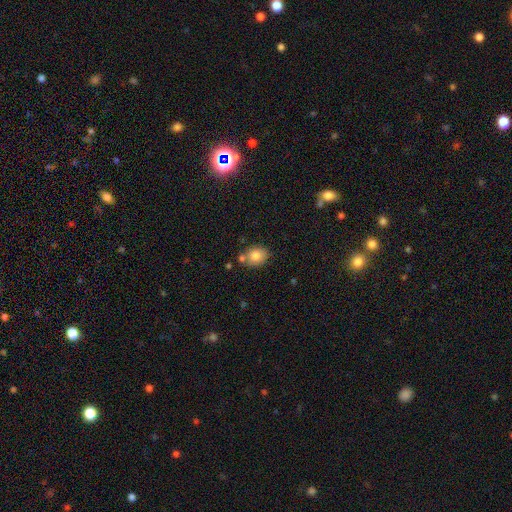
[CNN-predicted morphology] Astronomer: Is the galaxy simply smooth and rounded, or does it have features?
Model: smooth — 81%.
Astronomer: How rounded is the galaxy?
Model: round — 51% (runner-up: in between, 48%).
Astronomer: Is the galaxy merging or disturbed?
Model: none — 69%.